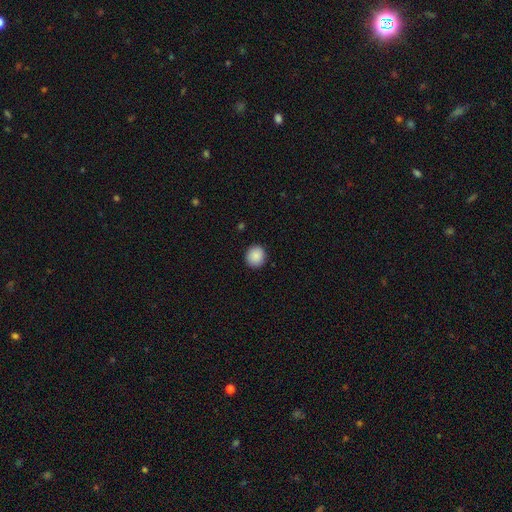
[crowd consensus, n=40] Volunteers were most divided on "merging": none: 86%, minor disturbance: 8%, major disturbance: 5%, merger: 0%. More confident: smooth or featured — smooth (92%); how rounded — round (92%).